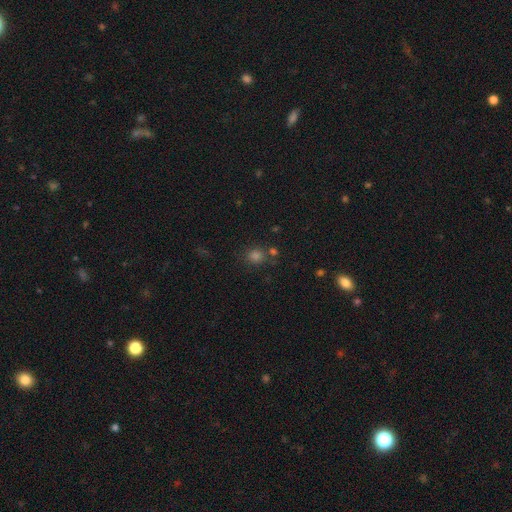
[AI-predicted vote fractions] The model was most divided on "smooth or featured": smooth: 70%, star or artifact: 24%, featured or disk: 6%. More confident: how rounded — round (81%); merging — none (75%).